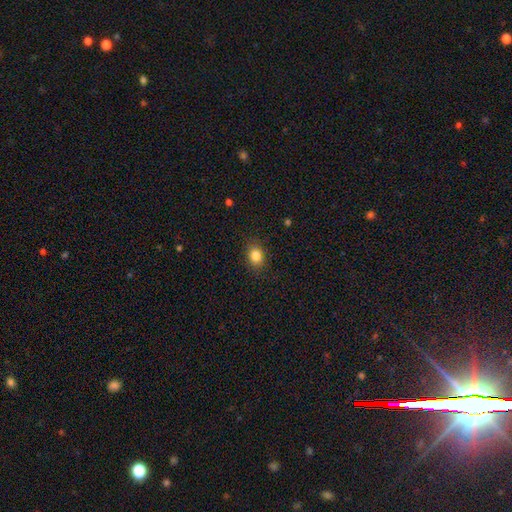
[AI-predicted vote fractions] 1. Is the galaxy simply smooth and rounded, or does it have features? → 84% smooth, 10% star or artifact, 6% featured or disk.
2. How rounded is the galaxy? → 51% in between, 48% round, 1% cigar-shaped.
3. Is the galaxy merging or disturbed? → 87% none, 10% minor disturbance, 3% major disturbance, 1% merger.